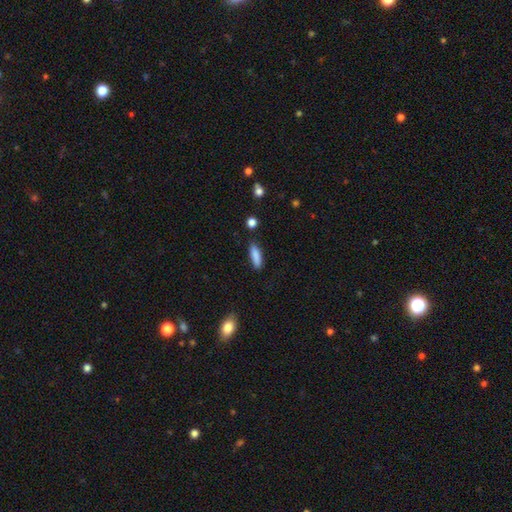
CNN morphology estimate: Smooth or featured? smooth (87%)
How rounded? cigar-shaped (50%)
Merging? none (82%)